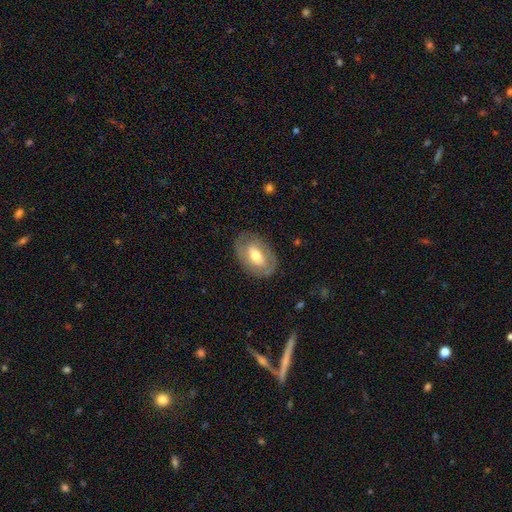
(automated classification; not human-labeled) Smooth or featured? Predicted: featured or disk (p=0.52). Edge-on disk? Predicted: no (p=0.91). Merging? Predicted: none (p=0.79).